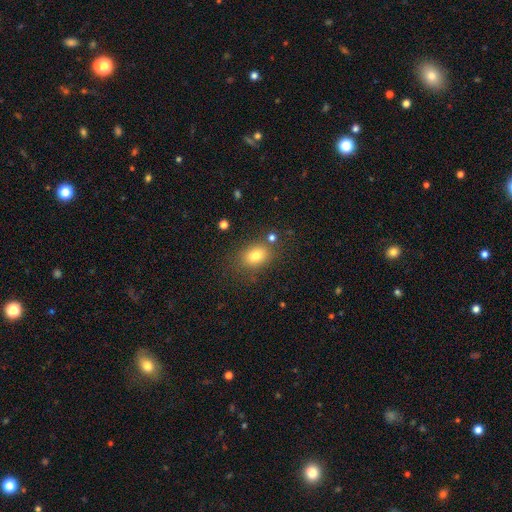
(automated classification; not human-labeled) Smooth or featured: smooth — 77% (star or artifact — 12%)
How rounded: in between — 68% (round — 31%)
Merging: none — 76% (minor disturbance — 13%)